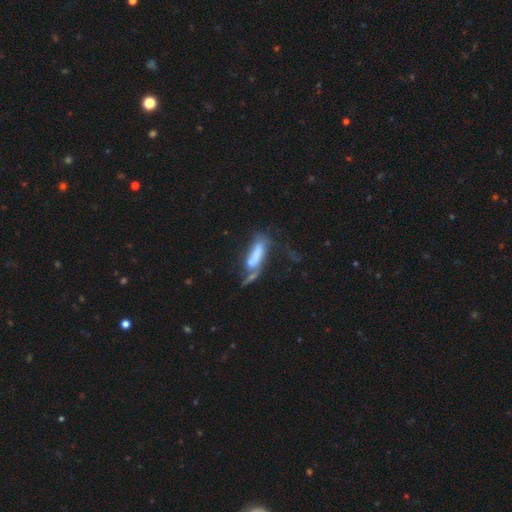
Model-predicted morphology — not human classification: Overall: smooth (49%; featured or disk 39%). Merging: major disturbance (31%; merger 25%).